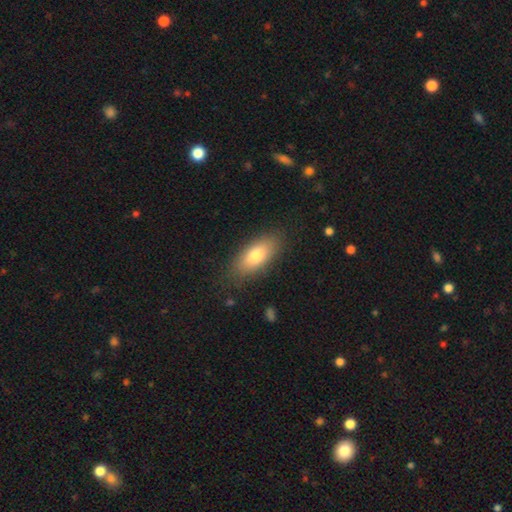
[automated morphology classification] Overall: smooth (75%). How rounded: in between (82%). Merging: none (83%).